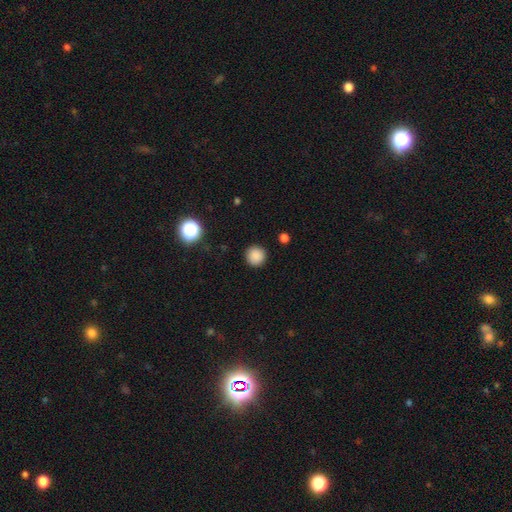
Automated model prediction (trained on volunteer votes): This is clearly a smooth galaxy (87%). How rounded: clearly round (95%). Merging: clearly none (91%).